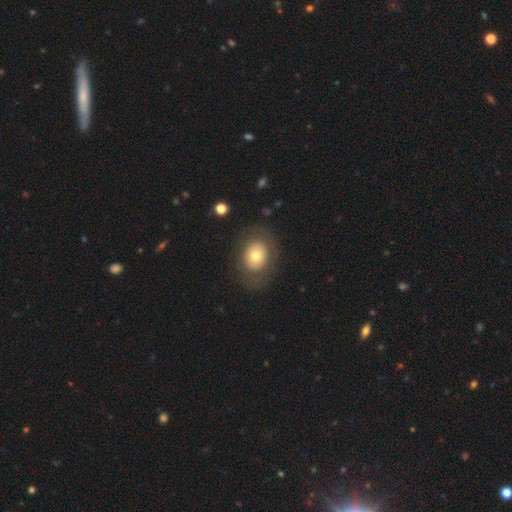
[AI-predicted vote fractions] Q: Smooth or featured?
A: smooth (65%); runner-up: featured or disk (27%)
Q: How rounded?
A: in between (56%); runner-up: round (43%)
Q: Merging?
A: none (77%); runner-up: minor disturbance (13%)